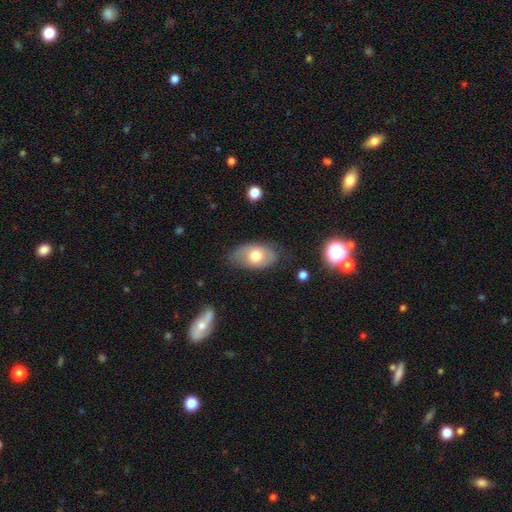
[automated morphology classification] type=smooth (63%); roundness=in between (91%); merging=none (71%).